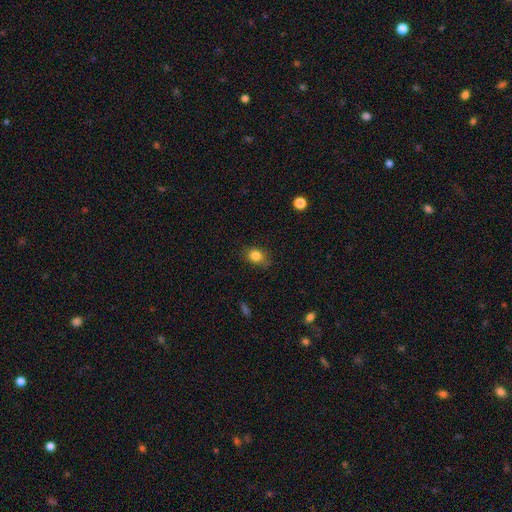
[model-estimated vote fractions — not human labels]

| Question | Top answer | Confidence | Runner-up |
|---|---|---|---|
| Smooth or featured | smooth | 83% | star or artifact (10%) |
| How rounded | in between | 53% | round (45%) |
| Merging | none | 75% | minor disturbance (20%) |